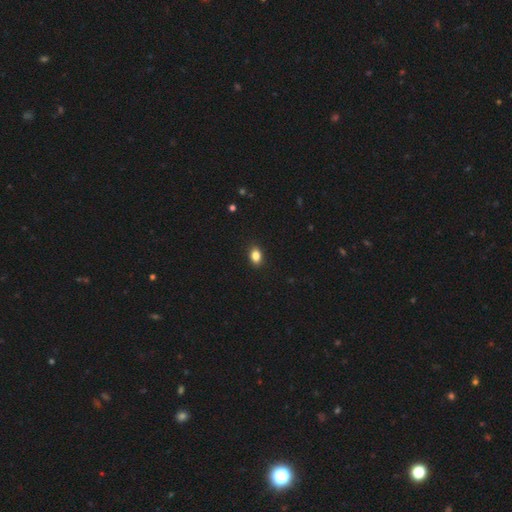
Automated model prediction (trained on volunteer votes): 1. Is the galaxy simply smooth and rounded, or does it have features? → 85% smooth, 10% star or artifact, 5% featured or disk.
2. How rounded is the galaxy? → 75% in between, 23% round, 2% cigar-shaped.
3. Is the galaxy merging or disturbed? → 89% none, 8% minor disturbance, 2% major disturbance, 1% merger.